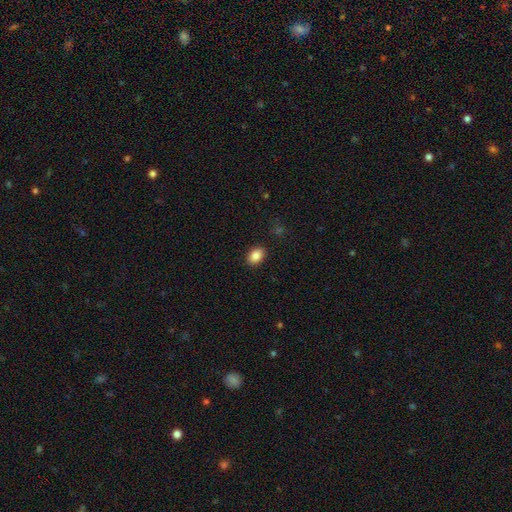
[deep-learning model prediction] smooth_or_featured: smooth (p=0.88) [alt: star or artifact p=0.08]
how_rounded: in between (p=0.80) [alt: round p=0.19]
merging: none (p=0.89) [alt: minor disturbance p=0.08]